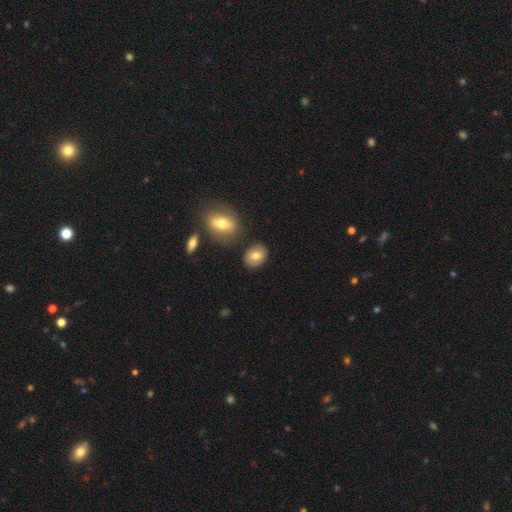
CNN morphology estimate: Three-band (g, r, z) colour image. It shows a smooth galaxy with no disk features (71%) that is in between round and cigar-shaped (64%). Merging: none (81%).